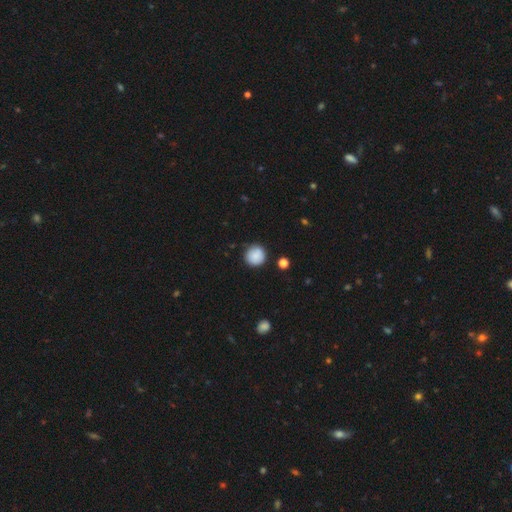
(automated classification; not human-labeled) Morphology: type=smooth (86%); roundness=round (94%); merging=none (84%).